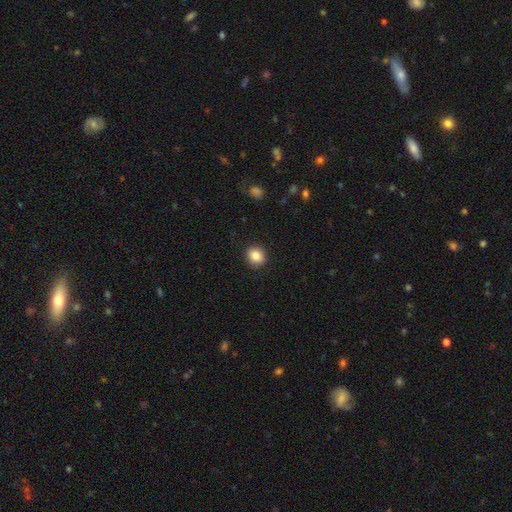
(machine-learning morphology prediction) This appears to be a smooth galaxy with no disk features (86%) that is round (82%). Merging: none (91%).